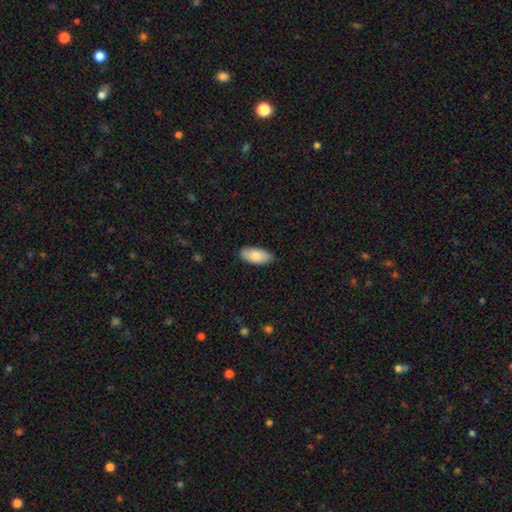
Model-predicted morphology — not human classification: Smooth or featured?
  - smooth: 83% *
  - featured or disk: 12%
  - star or artifact: 6%
How rounded?
  - in between: 93% *
  - cigar-shaped: 5%
  - round: 2%
Merging?
  - none: 86% *
  - minor disturbance: 11%
  - major disturbance: 2%
  - merger: 1%